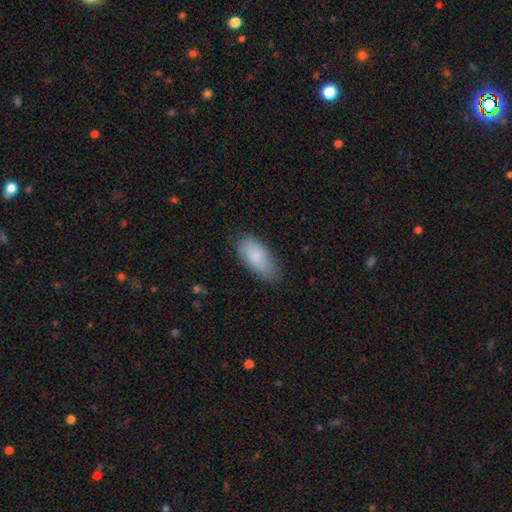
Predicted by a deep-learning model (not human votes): This is clearly a smooth galaxy (84%). How rounded: clearly in between (88%). Merging: likely none (69%).